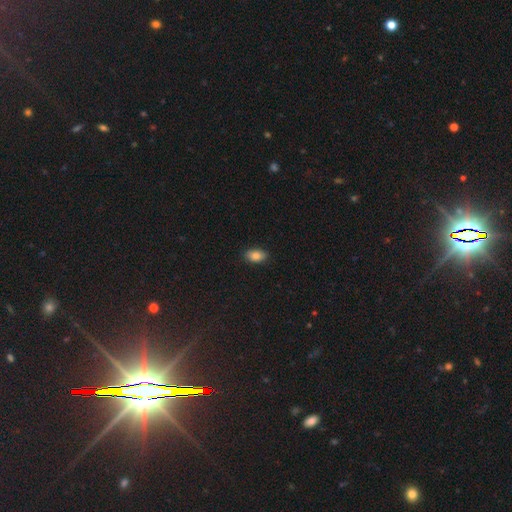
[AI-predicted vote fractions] The model was most divided on "smooth or featured": smooth: 84%, star or artifact: 9%, featured or disk: 7%. More confident: how rounded — in between (91%); merging — none (88%).